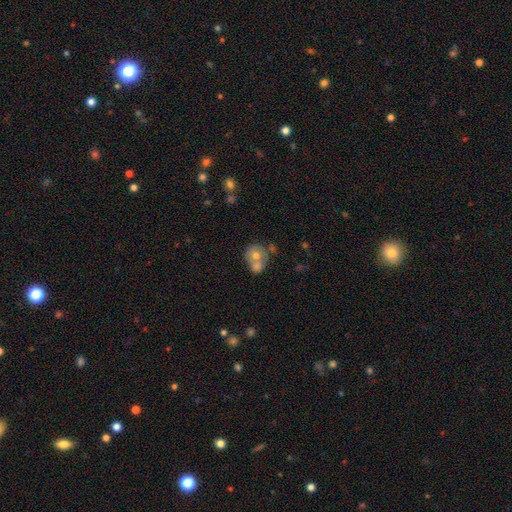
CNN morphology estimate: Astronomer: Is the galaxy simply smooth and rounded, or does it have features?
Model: smooth — 67%.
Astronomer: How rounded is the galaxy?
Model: round — 75%.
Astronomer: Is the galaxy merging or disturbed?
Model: merger — 57%.